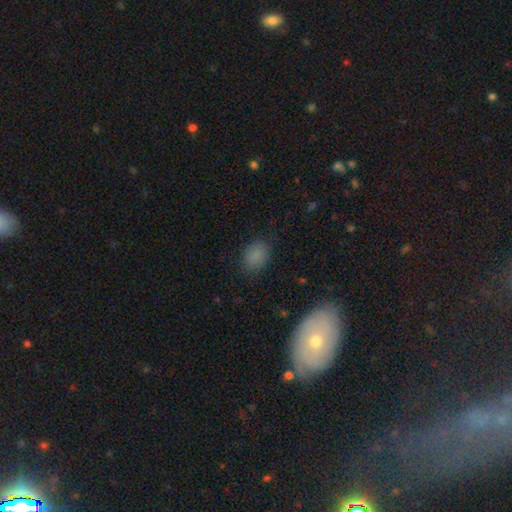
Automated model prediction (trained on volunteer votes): The model was most divided on "how rounded": in between: 76%, round: 22%, cigar-shaped: 2%. More confident: smooth or featured — smooth (83%); merging — none (81%).